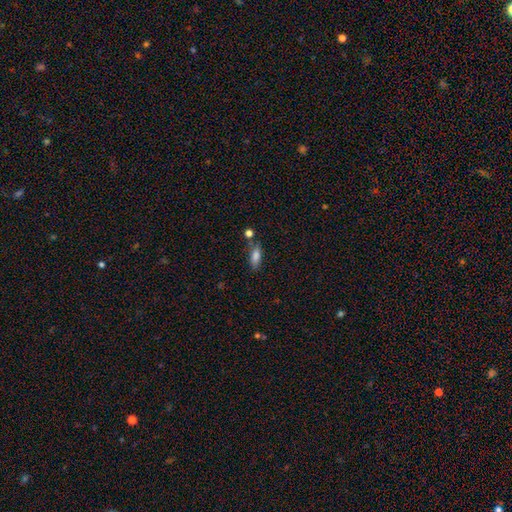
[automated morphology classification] Smooth or featured?
  - smooth: 81% *
  - featured or disk: 11%
  - star or artifact: 9%
How rounded?
  - in between: 68% *
  - cigar-shaped: 28%
  - round: 3%
Merging?
  - none: 69% *
  - minor disturbance: 16%
  - merger: 10%
  - major disturbance: 4%